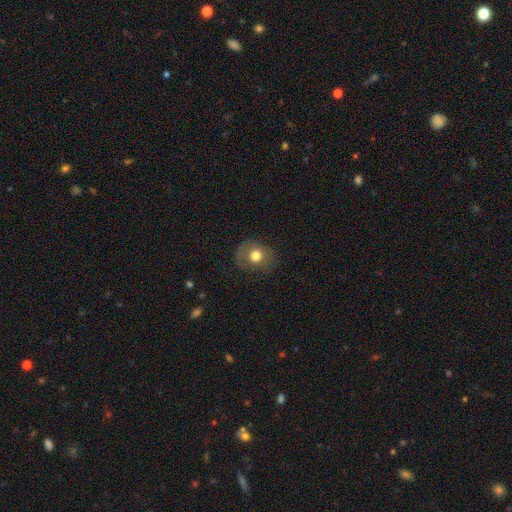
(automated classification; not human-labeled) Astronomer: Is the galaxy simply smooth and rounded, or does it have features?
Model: smooth — 68%.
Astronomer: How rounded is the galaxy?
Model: round — 70%.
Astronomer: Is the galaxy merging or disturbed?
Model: none — 73%.